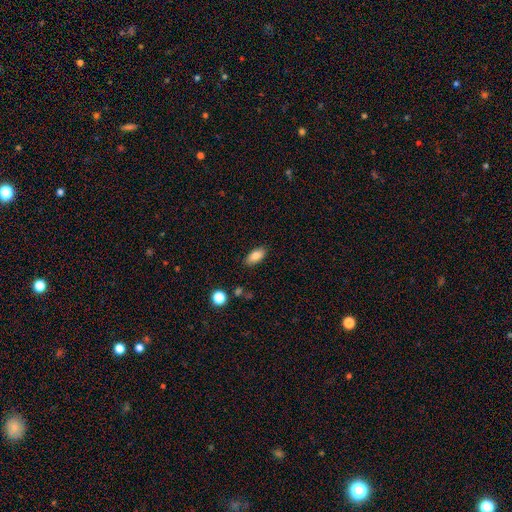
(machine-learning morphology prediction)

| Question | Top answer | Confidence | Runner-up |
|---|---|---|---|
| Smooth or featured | smooth | 84% | star or artifact (8%) |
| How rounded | in between | 88% | cigar-shaped (9%) |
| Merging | none | 86% | minor disturbance (10%) |